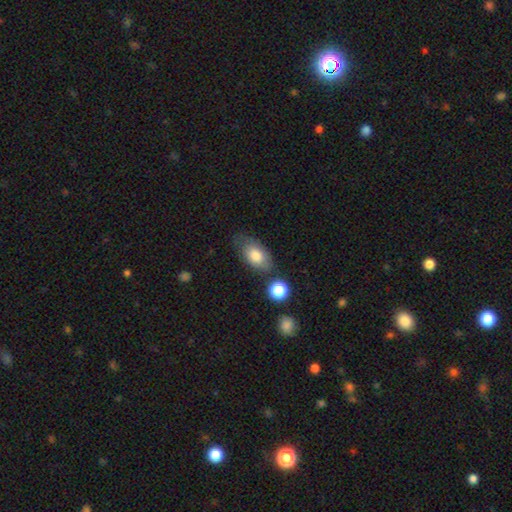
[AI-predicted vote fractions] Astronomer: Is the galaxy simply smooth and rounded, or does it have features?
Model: smooth — 78%.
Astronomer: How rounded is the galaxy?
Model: in between — 89%.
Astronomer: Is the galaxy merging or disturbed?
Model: none — 63%.